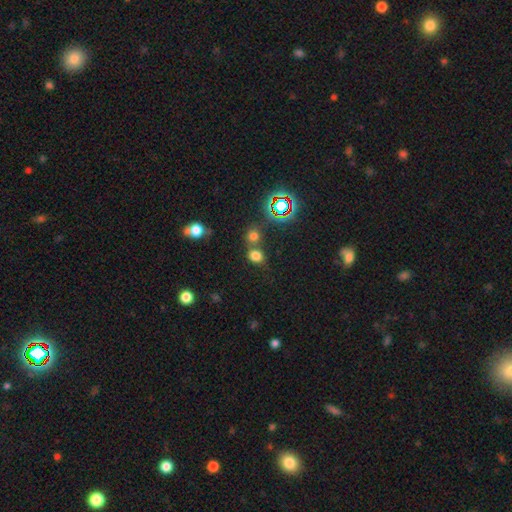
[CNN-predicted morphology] A smooth galaxy with no disk features (71%) that is round (66%). Merging: none (59%).